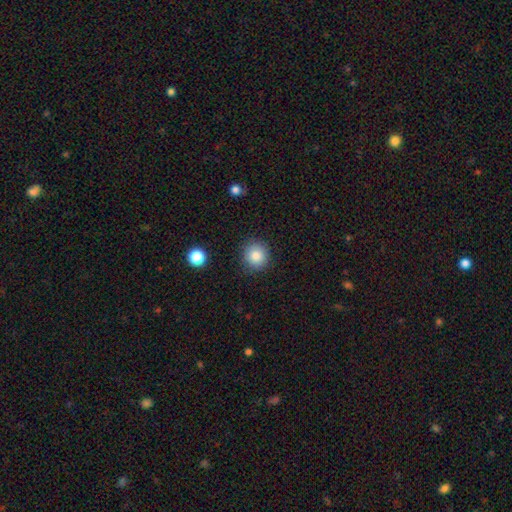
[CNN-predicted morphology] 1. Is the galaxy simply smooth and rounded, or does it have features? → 84% smooth, 10% star or artifact, 6% featured or disk.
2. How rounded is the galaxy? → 90% round, 9% in between, 1% cigar-shaped.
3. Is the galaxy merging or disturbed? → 88% none, 8% minor disturbance, 3% major disturbance, 1% merger.